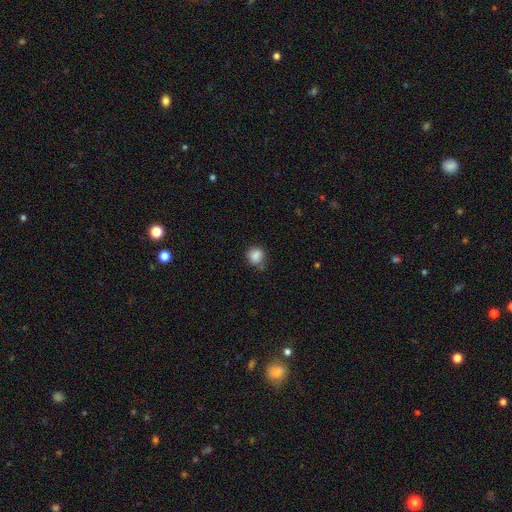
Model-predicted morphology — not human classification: A smooth galaxy with no disk features (86%) that is round (79%).

Vote fractions:
- Smooth or featured? smooth: 86% / star or artifact: 9% / featured or disk: 5%
- How rounded? round: 79% / in between: 20% / cigar-shaped: 1%
- Merging? none: 64% / minor disturbance: 26% / major disturbance: 6% / merger: 4%